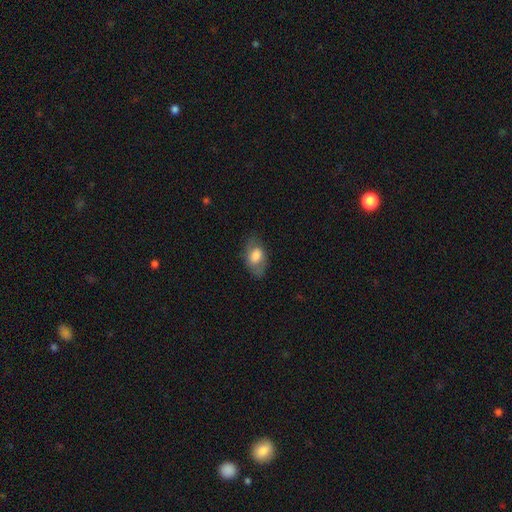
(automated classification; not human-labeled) A smooth galaxy with no disk features (68%) that is in between round and cigar-shaped (89%).

Vote fractions:
- Smooth or featured? smooth: 68% / featured or disk: 25% / star or artifact: 7%
- How rounded? in between: 89% / round: 9% / cigar-shaped: 2%
- Merging? none: 69% / minor disturbance: 21% / major disturbance: 9% / merger: 1%